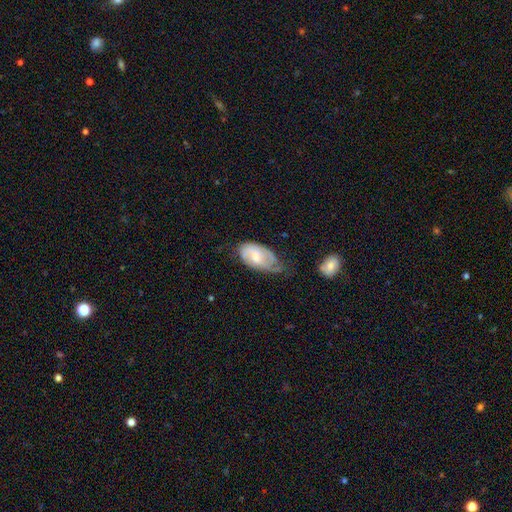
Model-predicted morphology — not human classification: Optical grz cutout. It shows a featured or disk galaxy (52%). Merging: minor disturbance (42%).